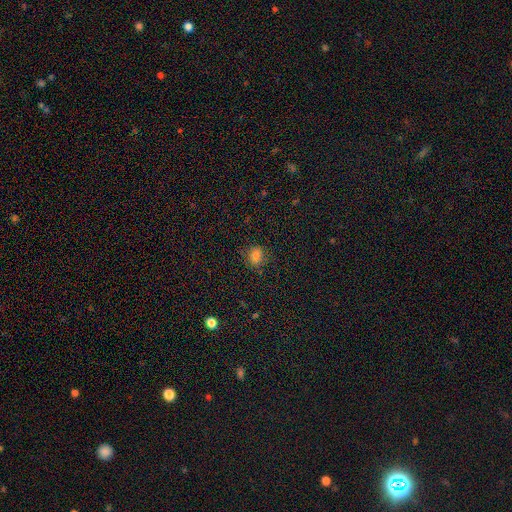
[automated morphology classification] A smooth galaxy with no disk features (79%) that is in between round and cigar-shaped (52%). Merging: none (80%).